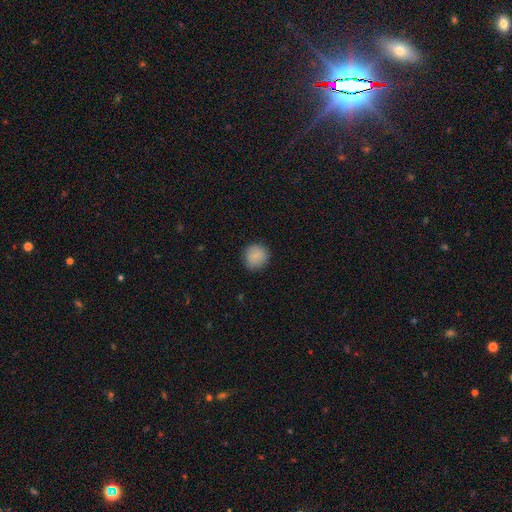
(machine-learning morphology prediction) Q: Smooth or featured?
A: smooth (86%); runner-up: star or artifact (8%)
Q: How rounded?
A: round (92%); runner-up: in between (7%)
Q: Merging?
A: none (87%); runner-up: minor disturbance (10%)